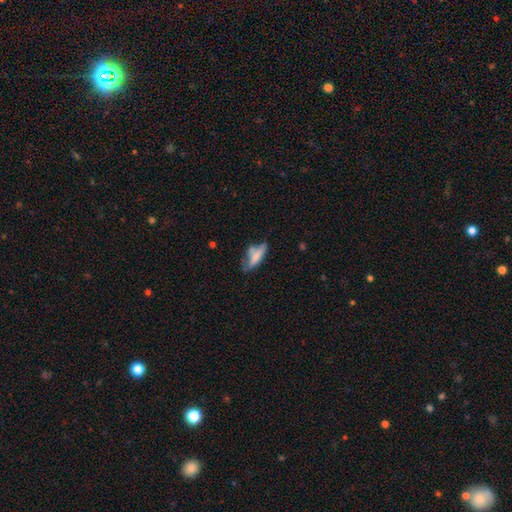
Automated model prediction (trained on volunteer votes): smooth 66%, featured or disk 26%, star or artifact 8%. Down the decision tree: how rounded — cigar-shaped (50%); merging — none (43%).